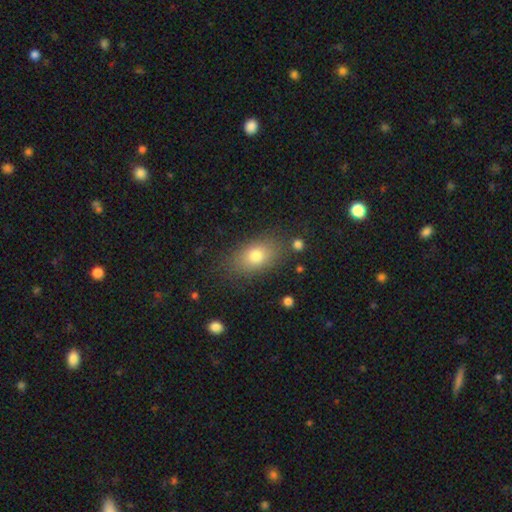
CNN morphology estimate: This is likely a smooth galaxy (77%). How rounded: clearly in between (84%). Merging: clearly none (81%).